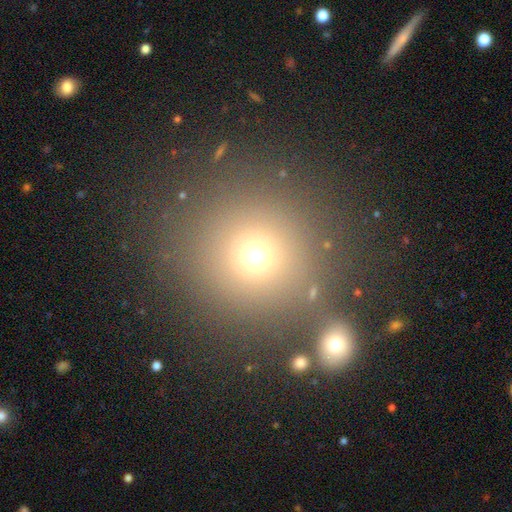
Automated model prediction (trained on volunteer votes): smooth 67%, star or artifact 23%, featured or disk 10%. Down the decision tree: how rounded — round (93%); merging — none (75%).